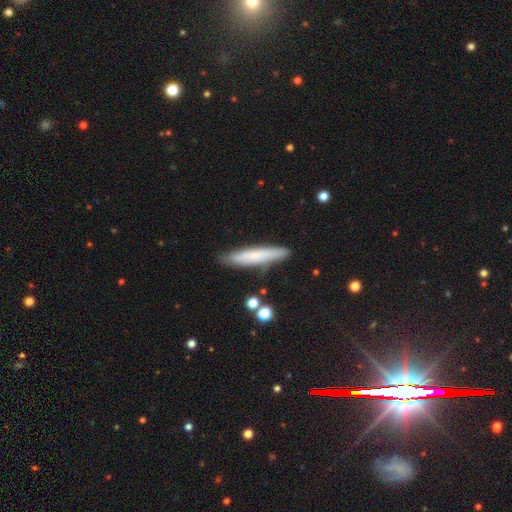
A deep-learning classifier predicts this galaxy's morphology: Overall: smooth (61%; featured or disk 32%). How rounded: cigar-shaped (91%). Merging: none (83%).